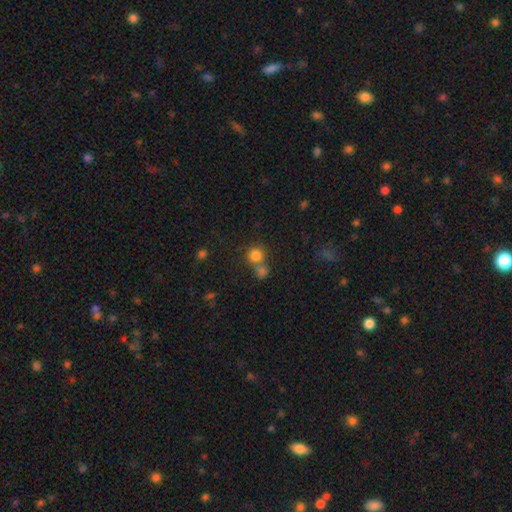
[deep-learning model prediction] Morphology: type=smooth (80%); roundness=round (90%); merging=none (53%).